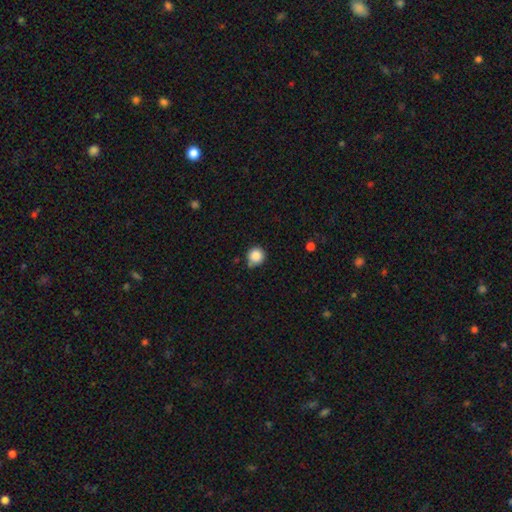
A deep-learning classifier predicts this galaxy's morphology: type=smooth (87%); roundness=round (93%); merging=none (69%).